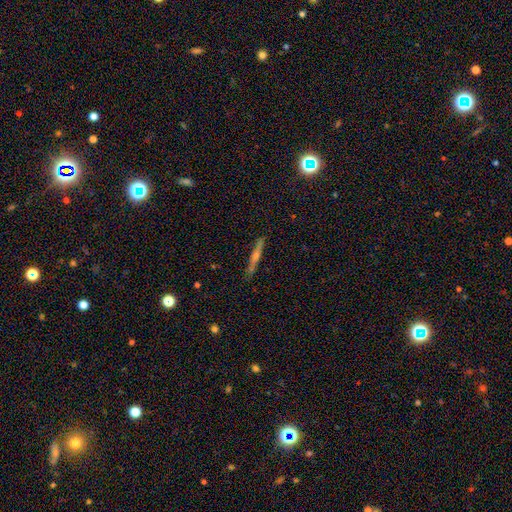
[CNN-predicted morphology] smooth-or-featured: featured or disk: 67% | smooth: 25% | star or artifact: 9%
  disk-edge-on: yes: 97% | no: 3%
    edge-on-bulge: rounded: 80% | none: 15% | boxy: 5%
  merging: none: 89% | minor disturbance: 8% | major disturbance: 2% | merger: 1%